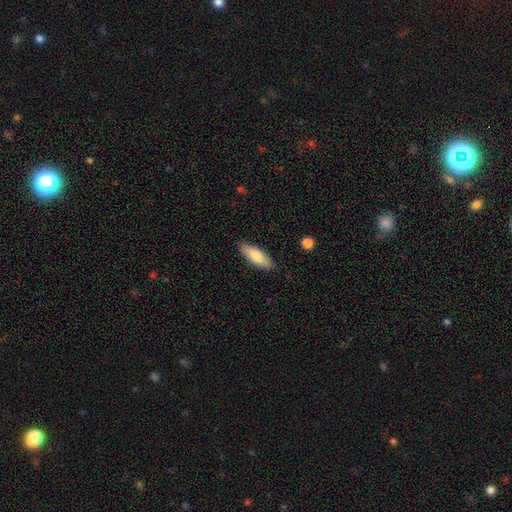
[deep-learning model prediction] This appears to be a smooth galaxy with no disk features (74%) that is in between round and cigar-shaped (62%). Merging: none (86%).